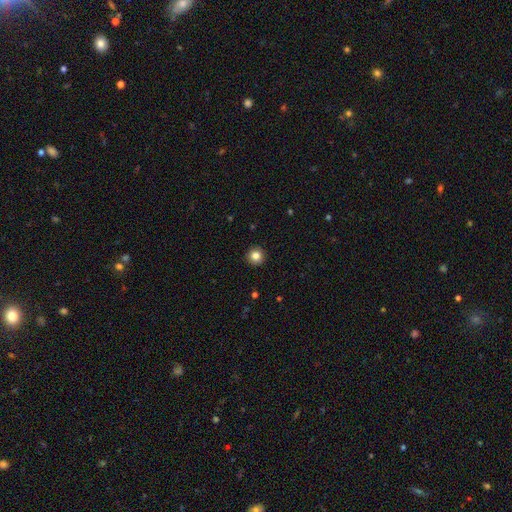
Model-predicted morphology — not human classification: Q: Smooth or featured?
A: smooth (83%); runner-up: star or artifact (11%)
Q: How rounded?
A: round (96%); runner-up: in between (3%)
Q: Merging?
A: none (93%); runner-up: minor disturbance (4%)